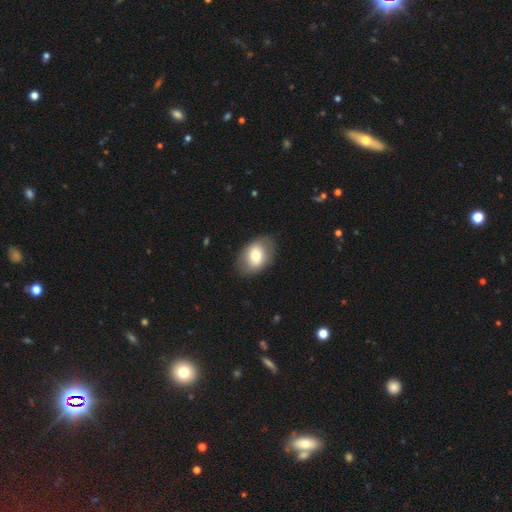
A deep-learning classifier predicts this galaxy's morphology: smooth_or_featured: smooth (p=0.72) [alt: featured or disk p=0.22]
how_rounded: in between (p=0.81) [alt: round p=0.18]
merging: none (p=0.82) [alt: minor disturbance p=0.13]